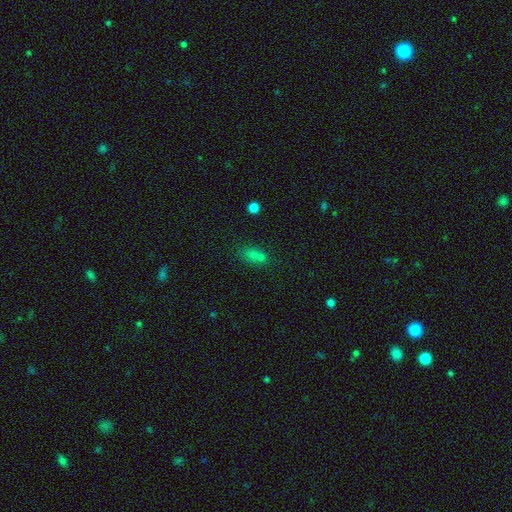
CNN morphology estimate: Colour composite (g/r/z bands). It shows a smooth galaxy with no disk features (67%) that is in between round and cigar-shaped (71%). Merging: none (43%).